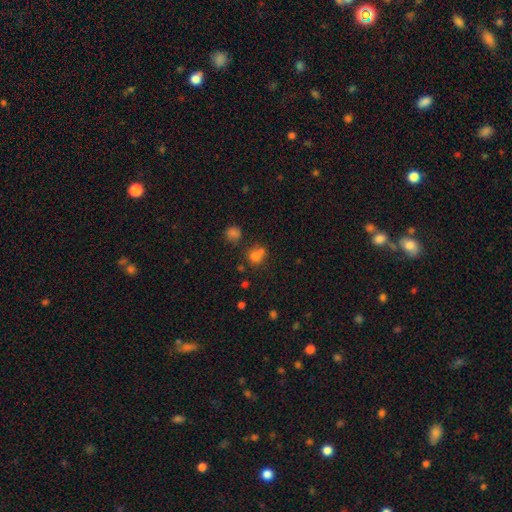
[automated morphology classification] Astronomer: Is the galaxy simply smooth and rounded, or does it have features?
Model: smooth — 73%.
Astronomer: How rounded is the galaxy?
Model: round — 72%.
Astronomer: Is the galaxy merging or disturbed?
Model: none — 48% (runner-up: merger, 31%).